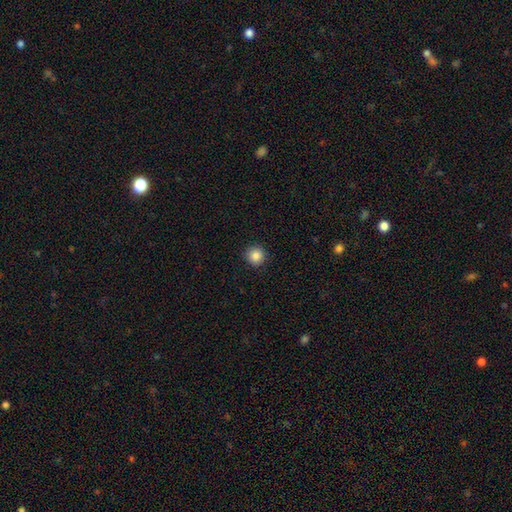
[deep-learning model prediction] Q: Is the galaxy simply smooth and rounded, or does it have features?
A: smooth — 86%.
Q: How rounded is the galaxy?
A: round — 94%.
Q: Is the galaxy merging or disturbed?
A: none — 91%.